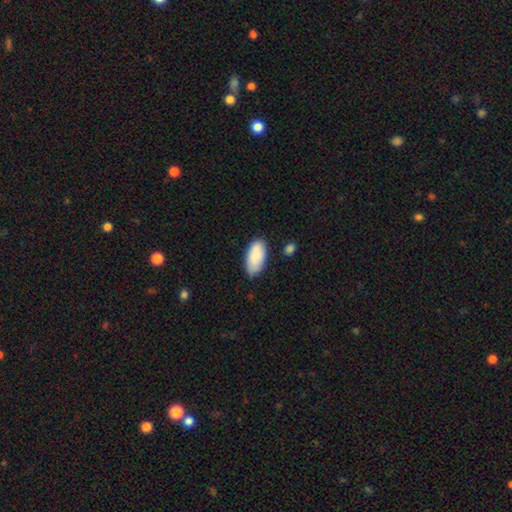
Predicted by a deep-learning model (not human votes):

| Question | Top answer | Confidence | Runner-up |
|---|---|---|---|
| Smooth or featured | smooth | 87% | featured or disk (7%) |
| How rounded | in between | 95% | cigar-shaped (3%) |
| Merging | none | 79% | minor disturbance (16%) |